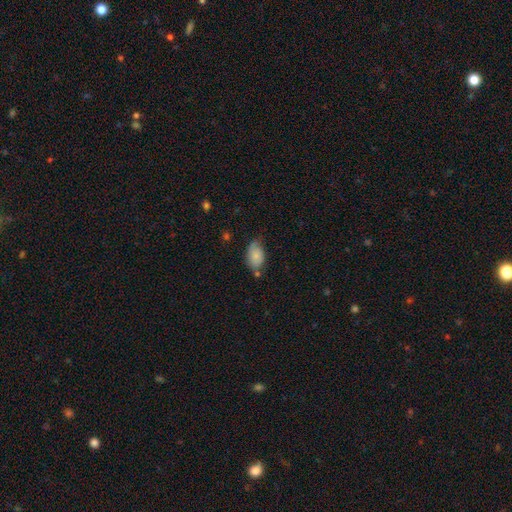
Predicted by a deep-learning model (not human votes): smooth_or_featured: smooth (p=0.76) [alt: featured or disk p=0.17]
how_rounded: in between (p=0.90) [alt: round p=0.08]
merging: none (p=0.52) [alt: minor disturbance p=0.33]